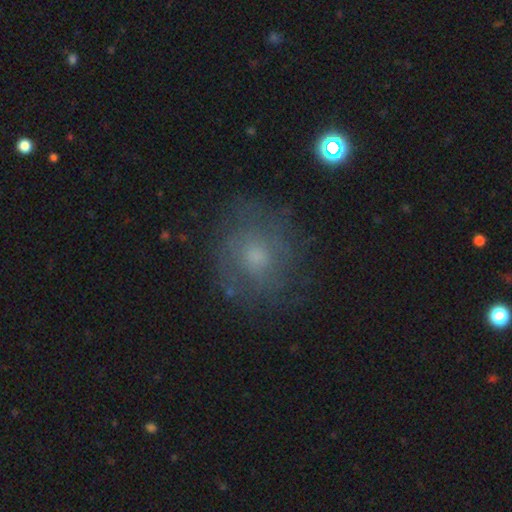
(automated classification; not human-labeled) Q: Smooth or featured?
A: featured or disk (46%); runner-up: smooth (39%)
Q: Merging?
A: none (75%); runner-up: minor disturbance (16%)